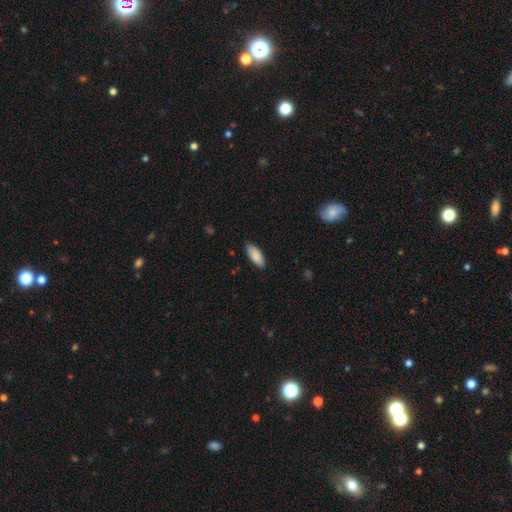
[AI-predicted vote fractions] A smooth galaxy with no disk features (89%) that is in between round and cigar-shaped (84%). Merging: none (84%).